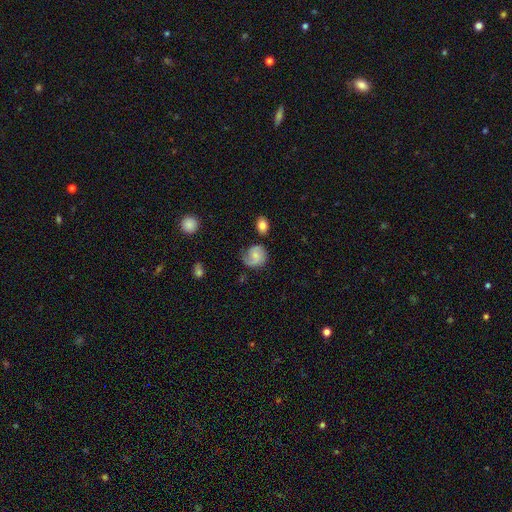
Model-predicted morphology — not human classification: smooth_or_featured: featured or disk (p=0.54) [alt: smooth p=0.38]
disk_edge_on: no (p=0.98) [alt: yes p=0.02]
bar: no (p=0.62) [alt: weak p=0.33]
has_spiral_arms: yes (p=0.90) [alt: no p=0.10]
bulge_size: small (p=0.48) [alt: moderate p=0.28]
merging: none (p=0.60) [alt: minor disturbance p=0.24]